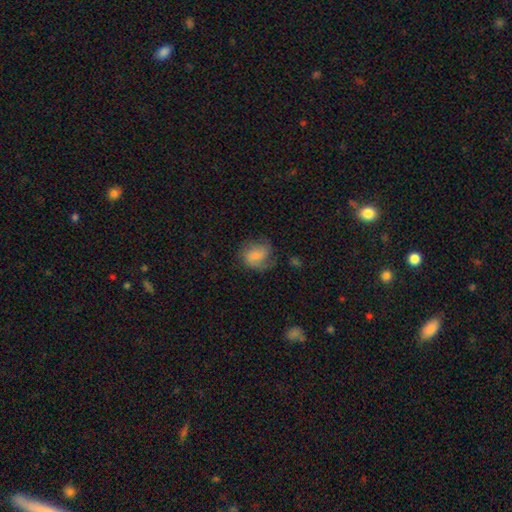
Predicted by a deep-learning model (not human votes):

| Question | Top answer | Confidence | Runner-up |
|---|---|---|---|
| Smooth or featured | smooth | 60% | featured or disk (31%) |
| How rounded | round | 57% | in between (42%) |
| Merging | none | 53% | minor disturbance (27%) |